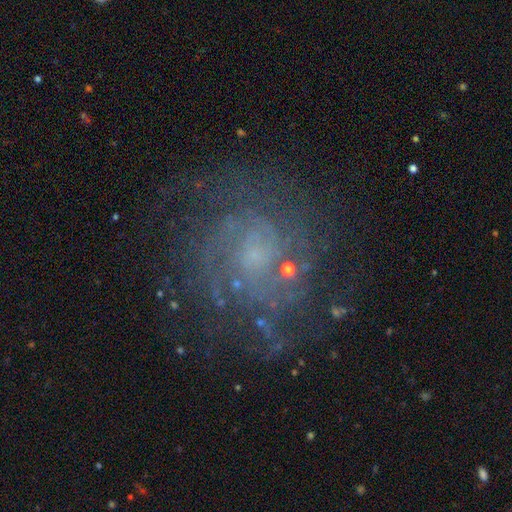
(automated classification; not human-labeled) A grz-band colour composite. It shows a featured or disk galaxy (74%) with no bar (70%), tight (58%) spiral arms (87%) and a small central bulge (58%). Merging: none (74%).